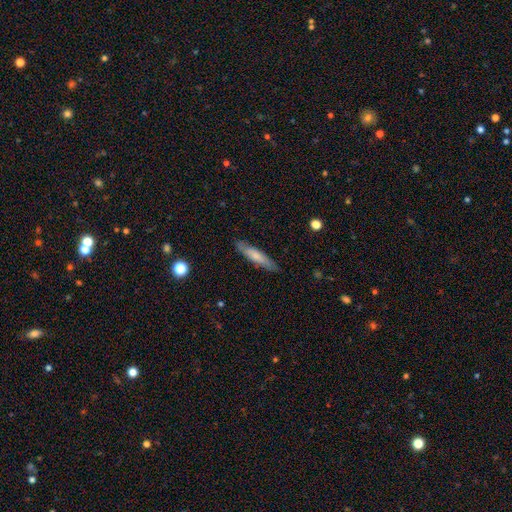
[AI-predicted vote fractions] Q: Smooth or featured?
A: smooth (68%); runner-up: featured or disk (26%)
Q: How rounded?
A: cigar-shaped (86%); runner-up: in between (13%)
Q: Merging?
A: none (86%); runner-up: minor disturbance (11%)